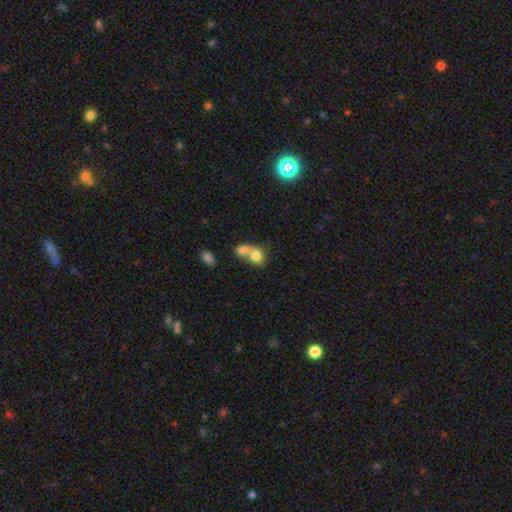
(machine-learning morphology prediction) smooth 77%, featured or disk 14%, star or artifact 9%. Down the decision tree: how rounded — round (51%); merging — merger (68%).